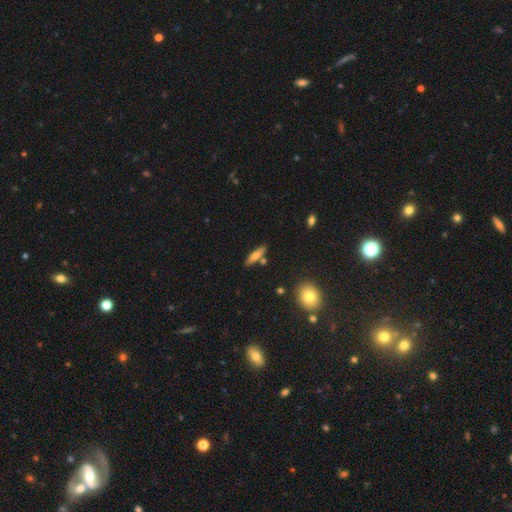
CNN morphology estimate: smooth-or-featured: smooth: 63% | featured or disk: 29% | star or artifact: 8%
  how-rounded: cigar-shaped: 73% | in between: 24% | round: 3%
  merging: none: 77% | minor disturbance: 11% | merger: 9% | major disturbance: 3%